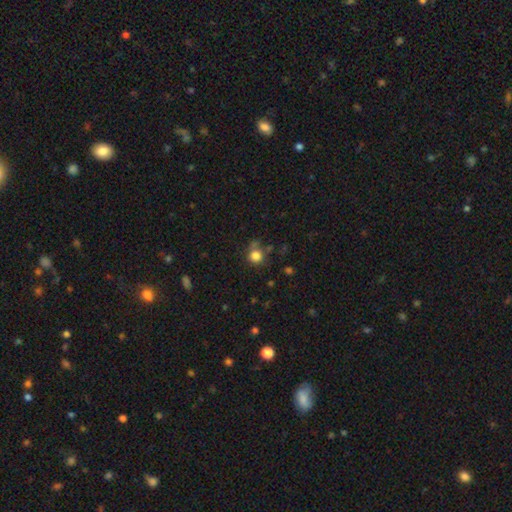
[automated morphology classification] smooth 81%, star or artifact 13%, featured or disk 6%. Down the decision tree: how rounded — round (89%); merging — none (65%).